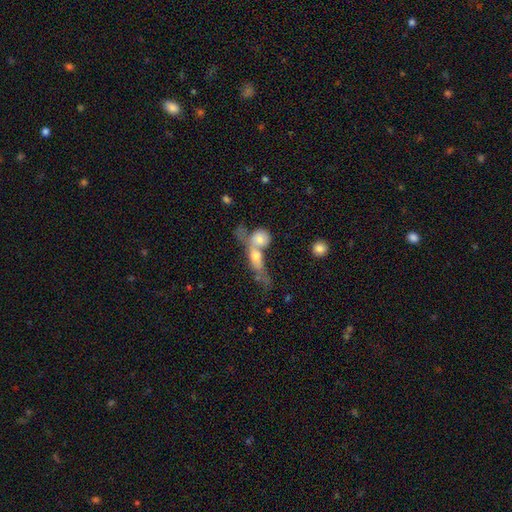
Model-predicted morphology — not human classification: Smooth or featured?
  - smooth: 48% *
  - featured or disk: 40%
  - star or artifact: 12%
Merging?
  - merger: 64% *
  - none: 19%
  - major disturbance: 9%
  - minor disturbance: 8%